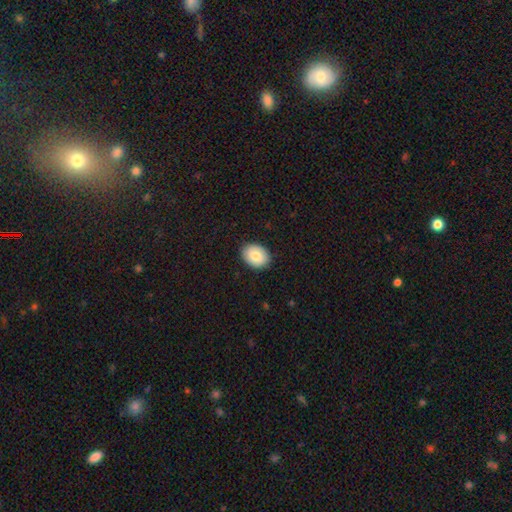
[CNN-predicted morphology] type=smooth (82%); roundness=in between (67%); merging=none (87%).